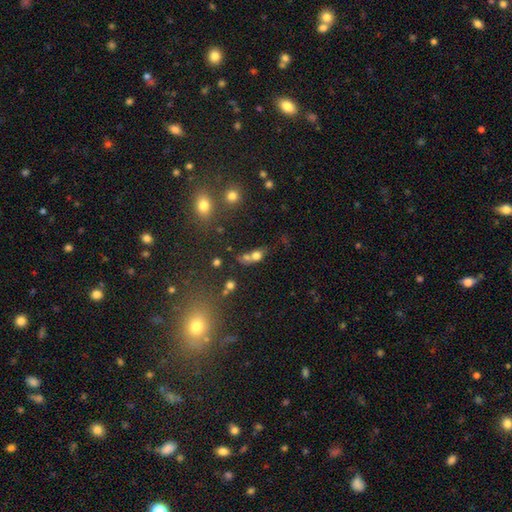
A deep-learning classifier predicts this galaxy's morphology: A smooth galaxy with no disk features (71%) that is in between round and cigar-shaped (57%). Merging: merger (54%).